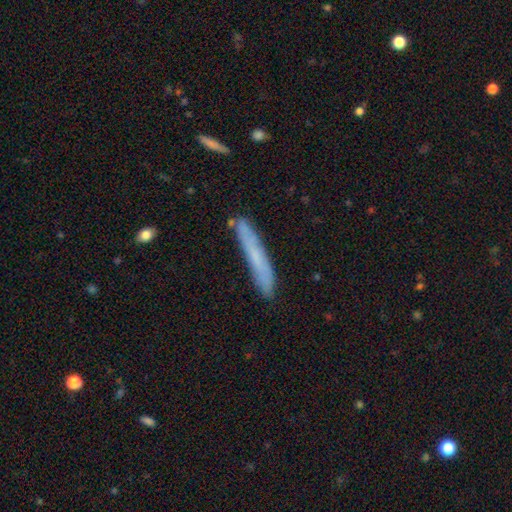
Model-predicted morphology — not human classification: smooth 60%, featured or disk 32%, star or artifact 8%. Down the decision tree: how rounded — cigar-shaped (95%); merging — none (82%).